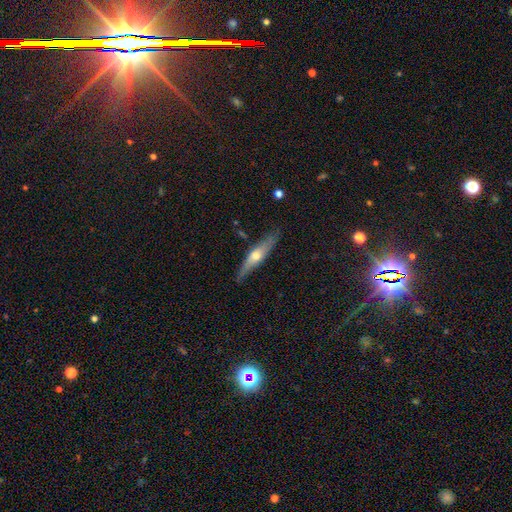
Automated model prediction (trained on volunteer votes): smooth_or_featured: featured or disk (p=0.58) [alt: smooth p=0.36]
disk_edge_on: yes (p=0.88) [alt: no p=0.12]
edge_on_bulge: rounded (p=0.89) [alt: none p=0.06]
merging: none (p=0.80) [alt: minor disturbance p=0.15]